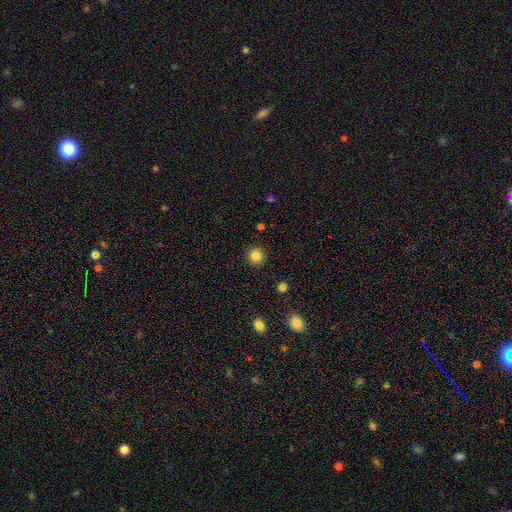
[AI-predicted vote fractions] The model was most divided on "smooth or featured": smooth: 84%, star or artifact: 11%, featured or disk: 5%. More confident: how rounded — round (93%); merging — none (91%).